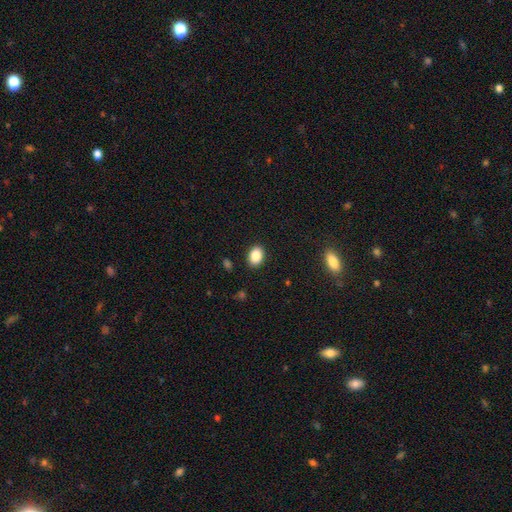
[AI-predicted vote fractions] Smooth or featured? smooth (87%)
How rounded? in between (77%)
Merging? none (89%)